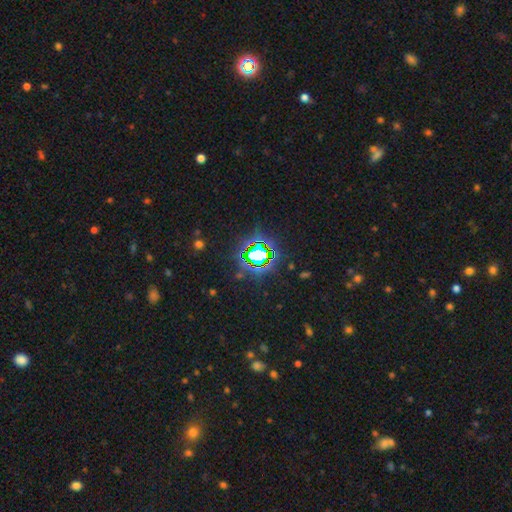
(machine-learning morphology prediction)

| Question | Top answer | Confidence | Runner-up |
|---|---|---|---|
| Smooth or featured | star or artifact | 76% | smooth (14%) |